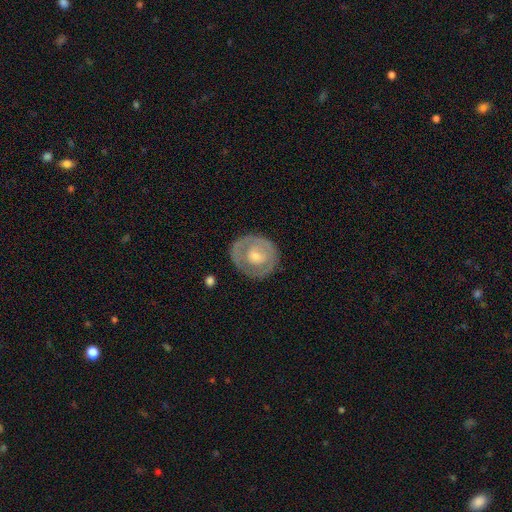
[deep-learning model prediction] The model was most divided on "bulge size": moderate: 54%, small: 36%, large: 6%, none: 2%, dominant: 1%. More confident: edge-on disk — no (96%); merging — none (79%); bar — no (74%); spiral arms — no (62%); smooth or featured — featured or disk (59%).